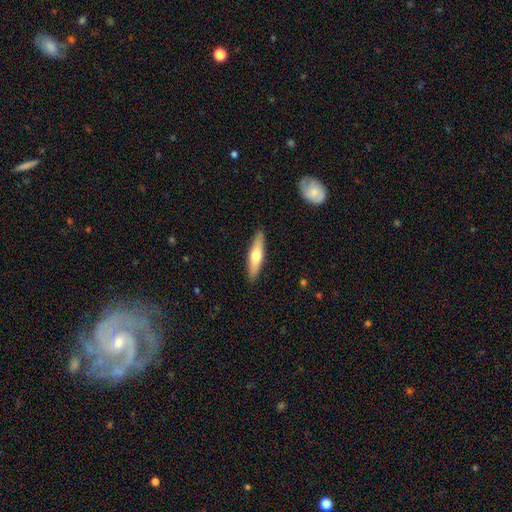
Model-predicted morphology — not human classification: The model was most divided on "smooth or featured": smooth: 53%, featured or disk: 42%, star or artifact: 5%. More confident: merging — none (90%); how rounded — cigar-shaped (74%).